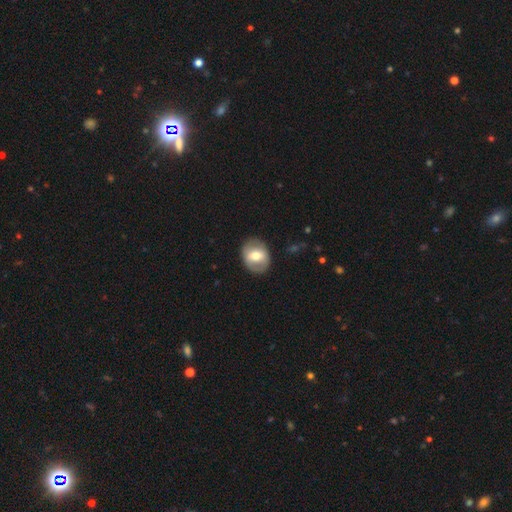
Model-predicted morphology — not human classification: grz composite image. It shows a smooth galaxy with no disk features (54%) that is in between round and cigar-shaped (51%). Merging: none (83%).